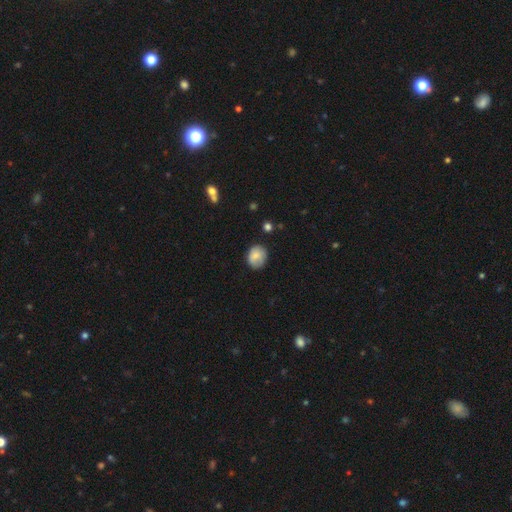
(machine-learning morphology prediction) Smooth or featured: smooth — 79% (featured or disk — 14%)
How rounded: round — 62% (in between — 37%)
Merging: none — 73% (minor disturbance — 21%)